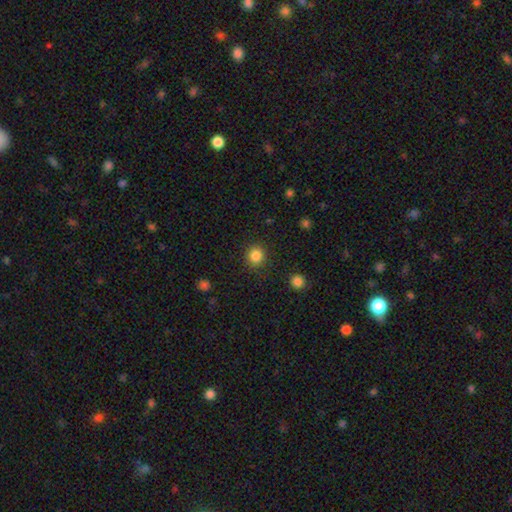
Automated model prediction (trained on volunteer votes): Morphology: type=smooth (85%); roundness=round (91%); merging=none (90%).